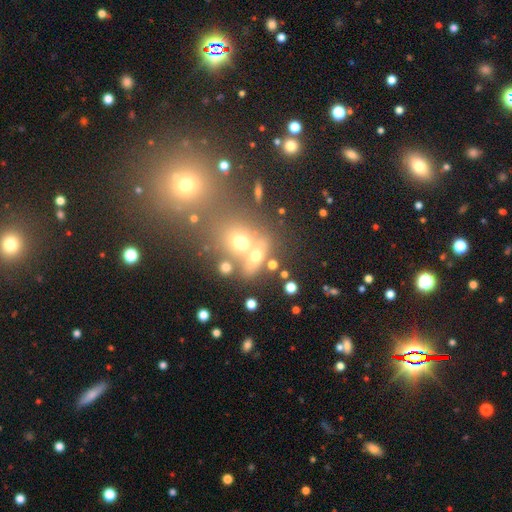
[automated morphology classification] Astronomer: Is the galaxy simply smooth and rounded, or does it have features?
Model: smooth — 59%.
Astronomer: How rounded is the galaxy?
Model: in between — 49% (runner-up: round, 43%).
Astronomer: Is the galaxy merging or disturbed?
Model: merger — 45% (runner-up: none, 39%).